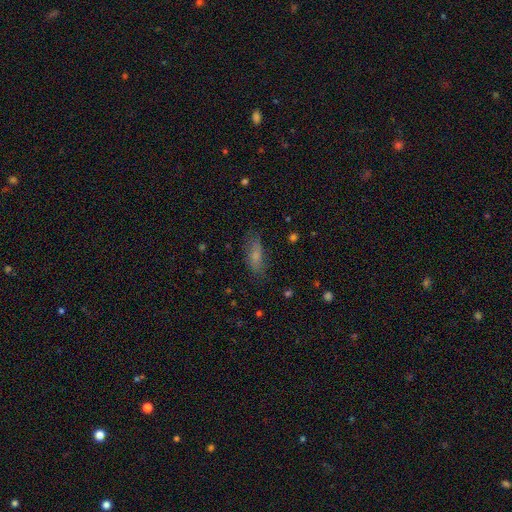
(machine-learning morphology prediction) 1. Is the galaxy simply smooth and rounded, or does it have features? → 68% smooth, 21% featured or disk, 10% star or artifact.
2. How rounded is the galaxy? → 63% in between, 34% cigar-shaped, 3% round.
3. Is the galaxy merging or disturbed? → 73% none, 20% minor disturbance, 6% major disturbance, 2% merger.